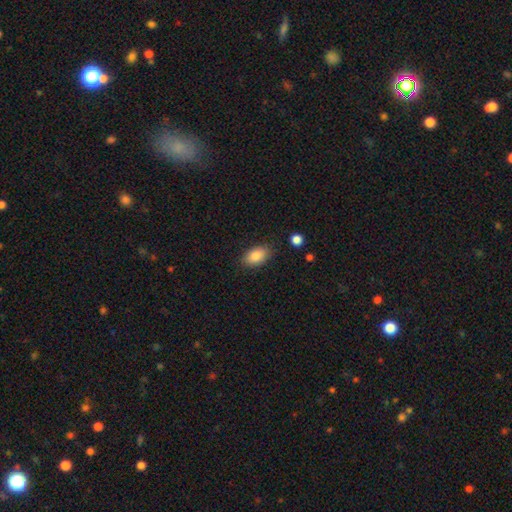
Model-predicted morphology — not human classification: A smooth galaxy with no disk features (86%) that is in between round and cigar-shaped (91%). Merging: none (84%).